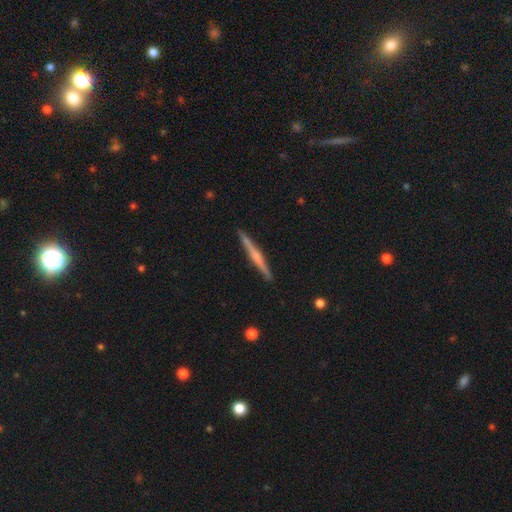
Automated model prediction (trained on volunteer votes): Overall: featured or disk (67%; smooth 28%). Edge-on disk: yes (98%). Edge-on bulge: rounded (58%; none 27%). Merging: none (92%).